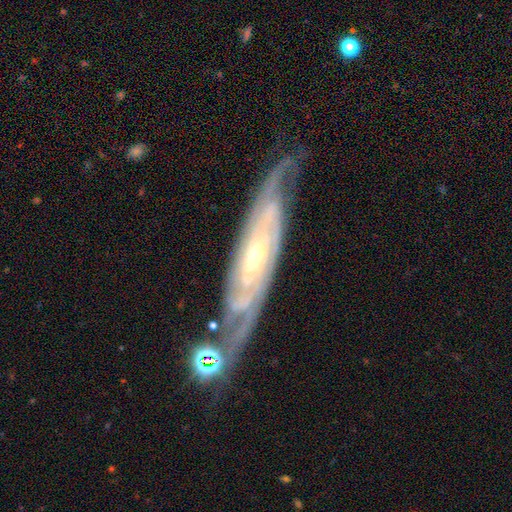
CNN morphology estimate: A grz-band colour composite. It shows a featured or disk galaxy (88%) with no bar (46%), 2 (42%) tight (65%) spiral arms (97%) and a small central bulge (61%). Merging: none (73%).